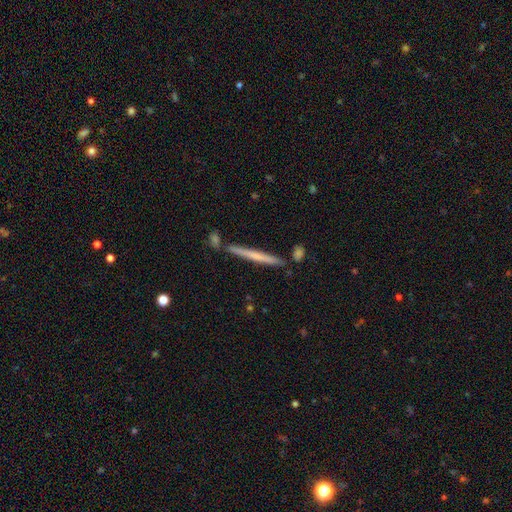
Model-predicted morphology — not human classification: This is possibly a smooth galaxy (49%). Merging: clearly none (84%).